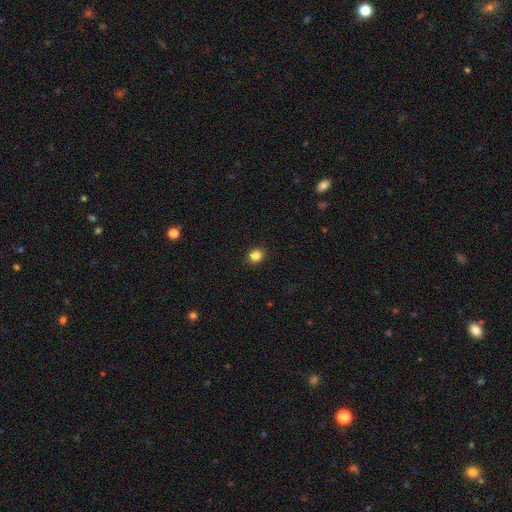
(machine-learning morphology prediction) type=smooth (84%); roundness=round (76%); merging=none (90%).